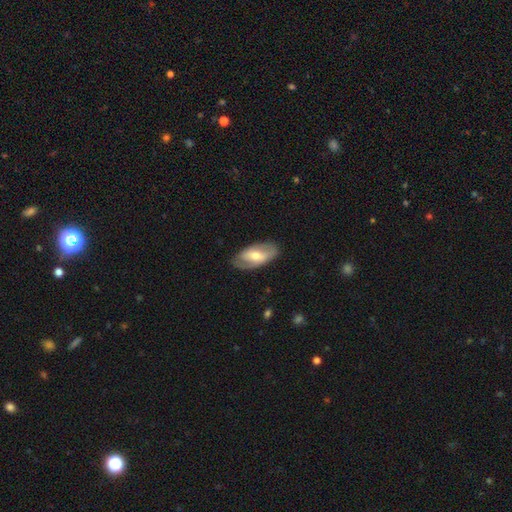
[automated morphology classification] Smooth or featured? Predicted: featured or disk (p=0.51). Edge-on disk? Predicted: no (p=0.88). Merging? Predicted: none (p=0.77).